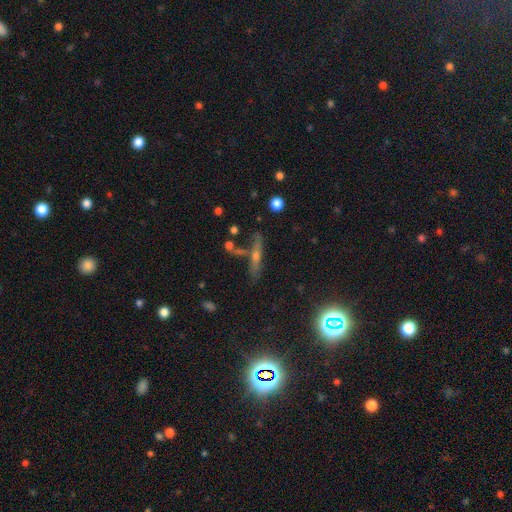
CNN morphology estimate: Smooth or featured? Predicted: featured or disk (p=0.54). Edge-on disk? Predicted: yes (p=0.88). Merging? Predicted: none (p=0.69).